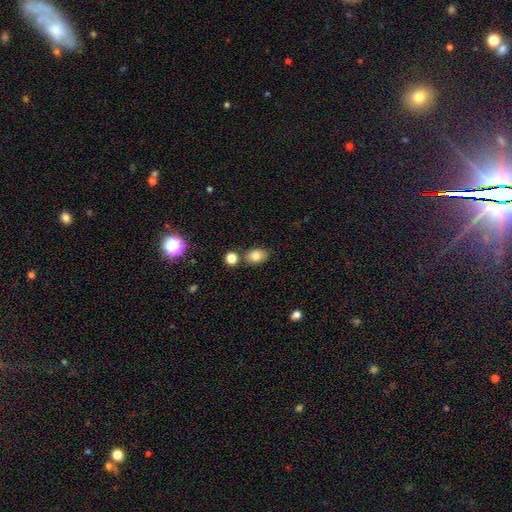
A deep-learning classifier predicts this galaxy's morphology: A smooth galaxy with no disk features (81%) that is in between round and cigar-shaped (76%). Merging: none (73%).